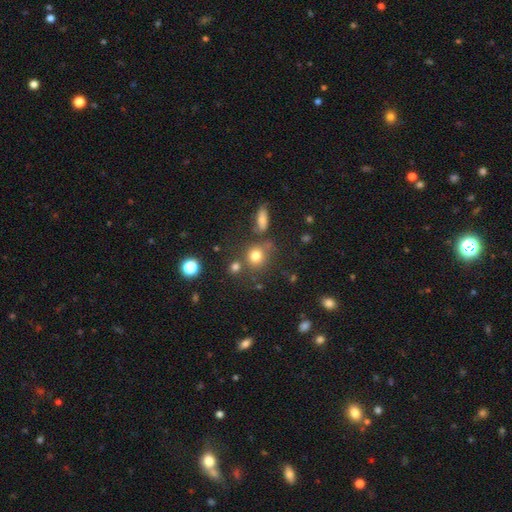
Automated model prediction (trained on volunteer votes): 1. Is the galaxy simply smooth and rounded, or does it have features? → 76% smooth, 15% star or artifact, 9% featured or disk.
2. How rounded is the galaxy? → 81% round, 18% in between, 1% cigar-shaped.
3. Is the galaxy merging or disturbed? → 67% none, 15% merger, 13% minor disturbance, 6% major disturbance.